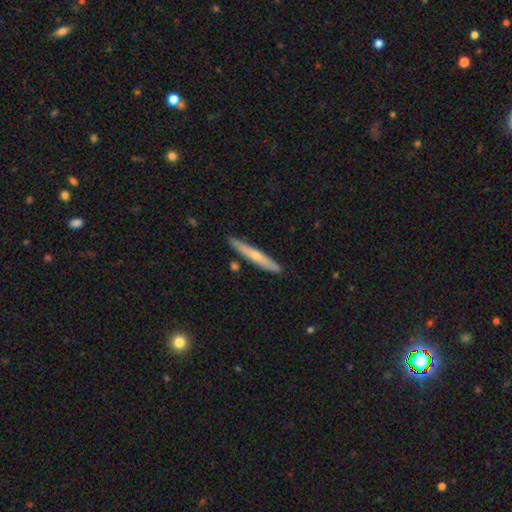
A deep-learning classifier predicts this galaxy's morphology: Overall: smooth (49%; featured or disk 46%). Merging: none (87%).